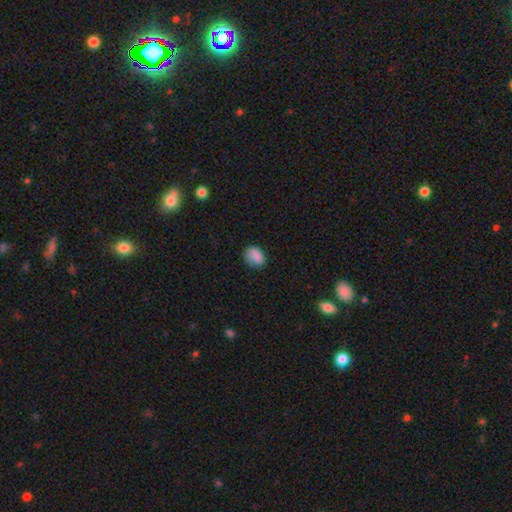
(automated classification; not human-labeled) Overall: smooth (82%). How rounded: in between (60%; round 39%). Merging: none (69%).